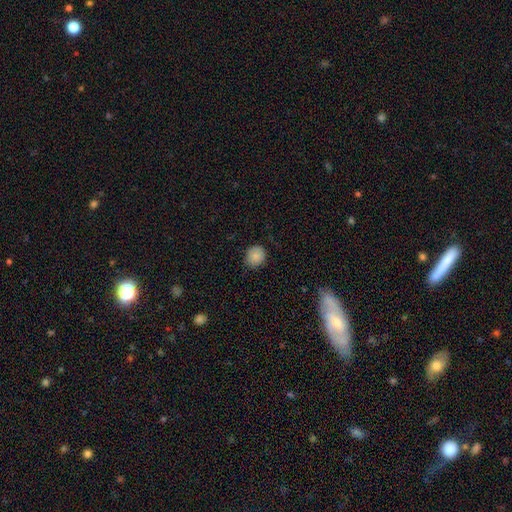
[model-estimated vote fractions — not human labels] A smooth galaxy with no disk features (85%) that is round (84%).

Vote fractions:
- Smooth or featured? smooth: 85% / star or artifact: 9% / featured or disk: 7%
- How rounded? round: 84% / in between: 15% / cigar-shaped: 1%
- Merging? none: 83% / minor disturbance: 13% / major disturbance: 2% / merger: 1%